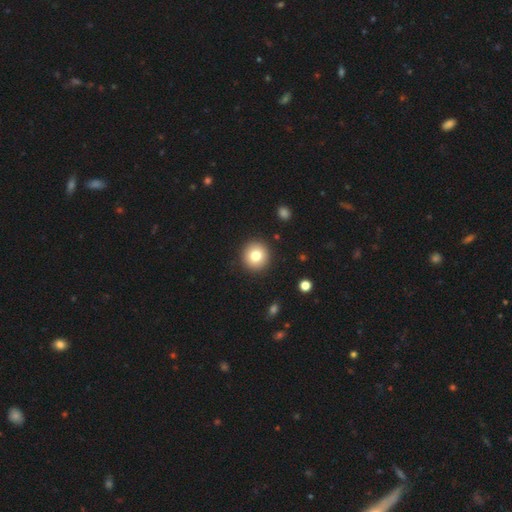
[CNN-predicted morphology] Smooth or featured? Predicted: smooth (p=0.80). How rounded? Predicted: round (p=0.93). Merging? Predicted: none (p=0.91).